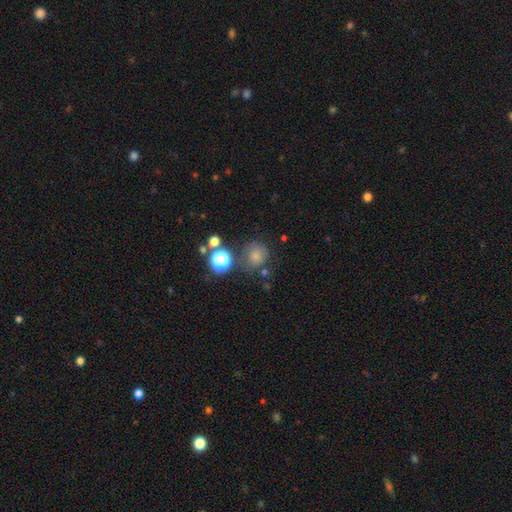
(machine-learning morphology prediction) This is likely a smooth galaxy (74%). How rounded: clearly round (87%). Merging: likely none (70%).